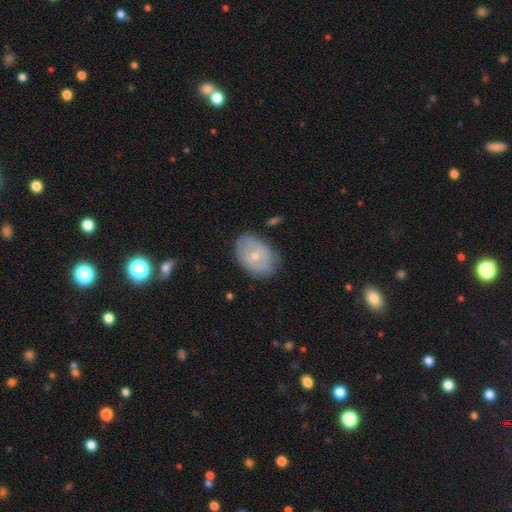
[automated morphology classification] smooth_or_featured: featured or disk (p=0.47) [alt: smooth p=0.46]
merging: none (p=0.76) [alt: minor disturbance p=0.18]